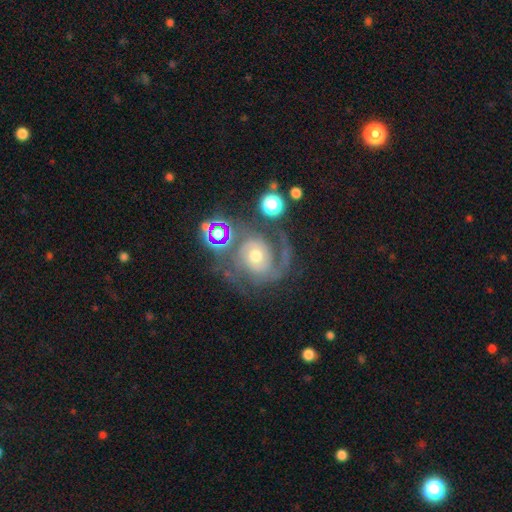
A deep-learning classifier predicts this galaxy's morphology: featured or disk 79%, smooth 11%, star or artifact 10%. Down the decision tree: edge-on disk — no (98%); bar — no (69%); spiral arms — yes (94%); spiral arm count — 2 (58%); spiral winding — medium (44%); bulge size — moderate (67%); merging — none (54%).